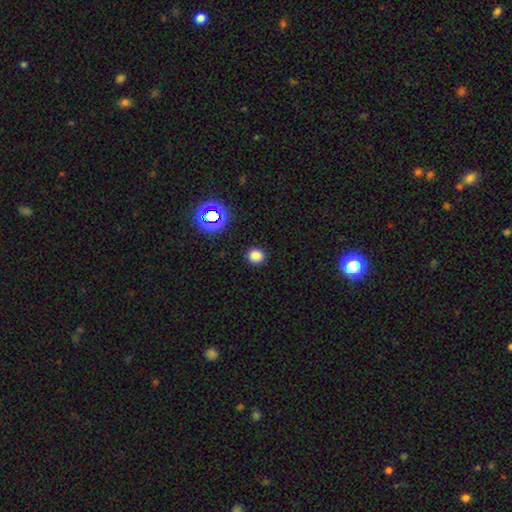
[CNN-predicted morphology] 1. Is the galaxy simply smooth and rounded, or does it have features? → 79% smooth, 17% star or artifact, 4% featured or disk.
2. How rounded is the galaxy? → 86% round, 13% in between, 1% cigar-shaped.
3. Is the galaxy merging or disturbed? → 91% none, 6% minor disturbance, 2% major disturbance, 1% merger.